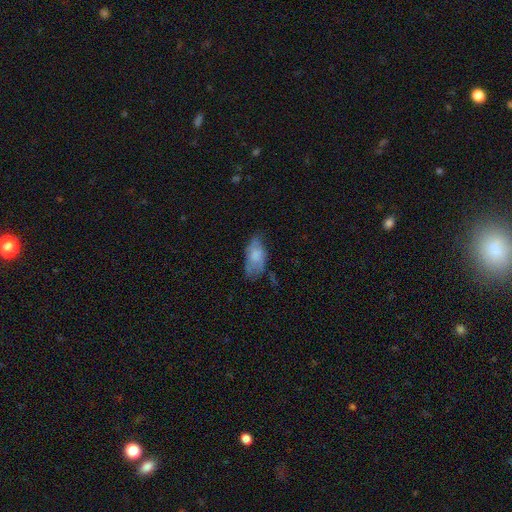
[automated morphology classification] Smooth or featured? Predicted: smooth (p=0.68). How rounded? Predicted: in between (p=0.92). Merging? Predicted: none (p=0.51).